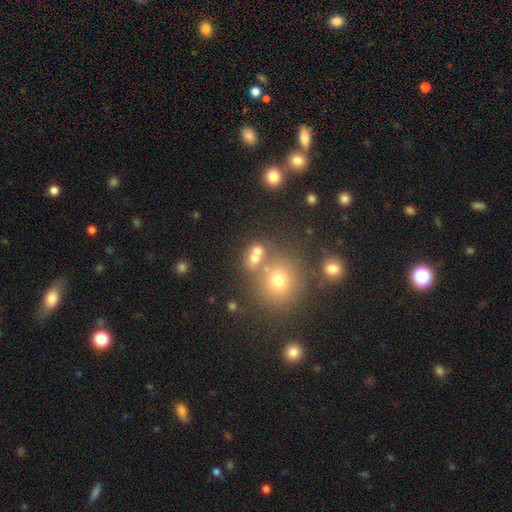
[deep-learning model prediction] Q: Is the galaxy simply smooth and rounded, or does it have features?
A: smooth — 64%.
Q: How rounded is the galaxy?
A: round — 58%.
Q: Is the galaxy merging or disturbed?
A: none — 47%.